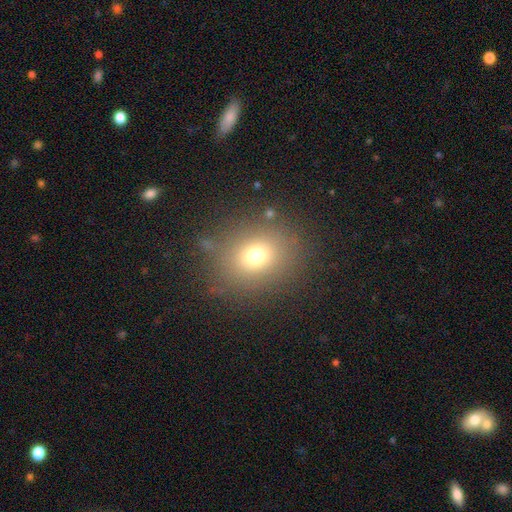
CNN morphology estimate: The model was most divided on "how rounded": round: 70%, in between: 29%, cigar-shaped: 1%. More confident: merging — none (81%); smooth or featured — smooth (71%).